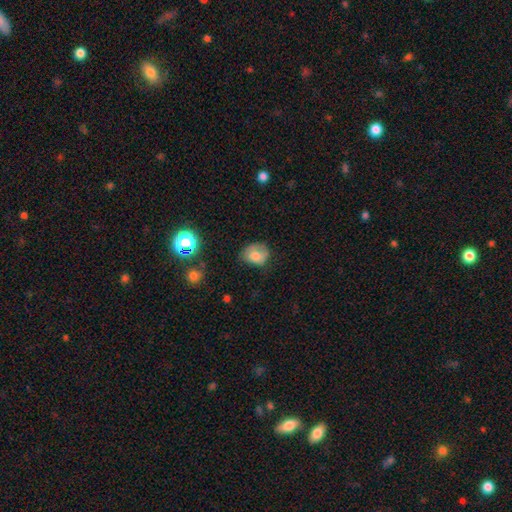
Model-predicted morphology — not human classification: The model was most divided on "how rounded": round: 53%, in between: 46%, cigar-shaped: 1%. Remaining: smooth or featured — smooth (76%); merging — none (47%).